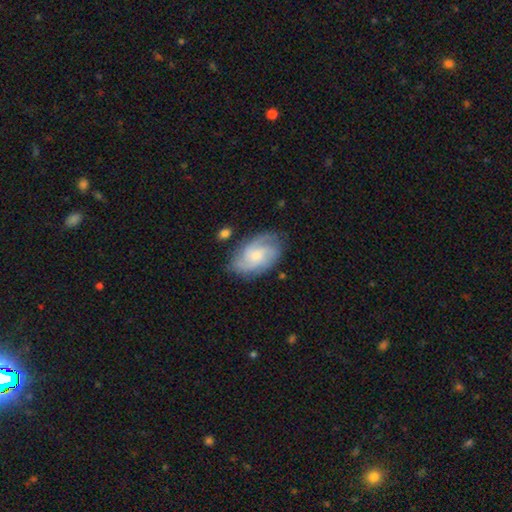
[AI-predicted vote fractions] smooth-or-featured: featured or disk: 75% | smooth: 19% | star or artifact: 6%
  disk-edge-on: no: 97% | yes: 3%
    bar: no: 64% | weak: 32% | strong: 4%
    has-spiral-arms: yes: 95% | no: 5%
      spiral-winding: medium: 43% (tied) | tight: 43% (tied) | loose: 14%
      spiral-arm-count: 3: 38% | can't tell: 20% | 2: 17% | 4: 16% | more than 4: 5% | 1: 5%
    bulge-size: small: 49% | moderate: 40% | none: 5% | large: 4% | dominant: 1%
  merging: none: 75% | minor disturbance: 17% | major disturbance: 6% | merger: 2%